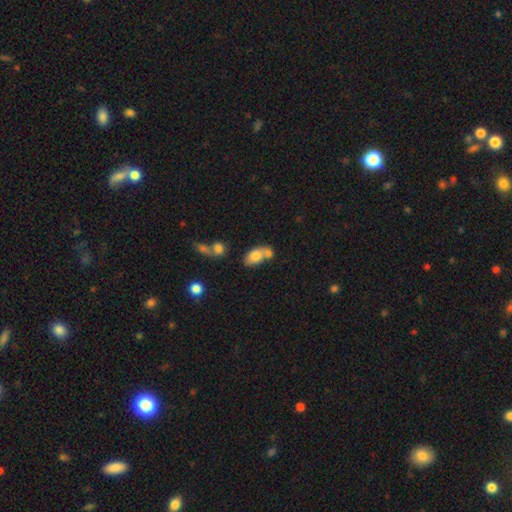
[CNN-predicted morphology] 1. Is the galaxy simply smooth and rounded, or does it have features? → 77% smooth, 15% featured or disk, 8% star or artifact.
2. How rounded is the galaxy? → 86% in between, 12% round, 2% cigar-shaped.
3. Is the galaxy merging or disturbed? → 47% merger, 35% none, 13% minor disturbance, 6% major disturbance.